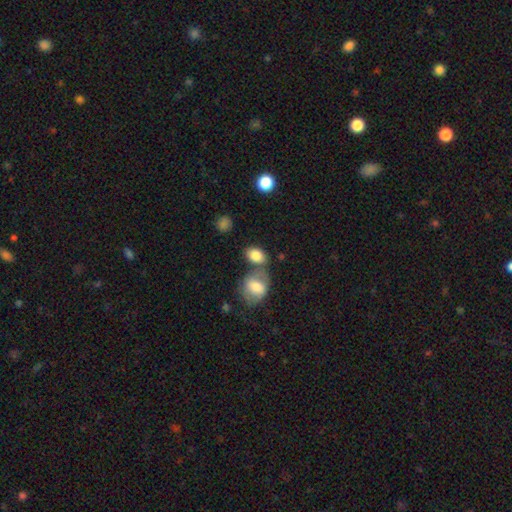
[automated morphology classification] The model was most divided on "merging": none: 50%, merger: 31%, minor disturbance: 14%, major disturbance: 5%. More confident: smooth or featured — smooth (83%); how rounded — in between (77%).